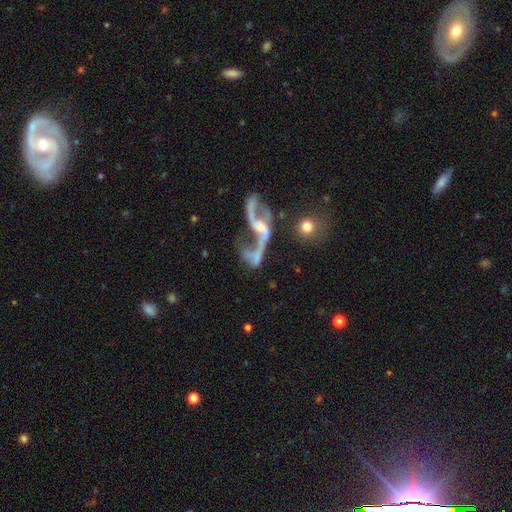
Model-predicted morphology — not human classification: Q: Smooth or featured?
A: featured or disk (80%); runner-up: smooth (12%)
Q: Edge-on disk?
A: no (94%); runner-up: yes (6%)
Q: Bar?
A: no (50%); runner-up: weak (33%)
Q: Spiral arms?
A: yes (80%); runner-up: no (20%)
Q: Spiral winding?
A: loose (89%); runner-up: medium (8%)
Q: Spiral arm count?
A: 2 (82%); runner-up: 1 (10%)
Q: Bulge size?
A: small (41%); runner-up: none (30%)
Q: Merging?
A: major disturbance (33%); runner-up: none (28%)